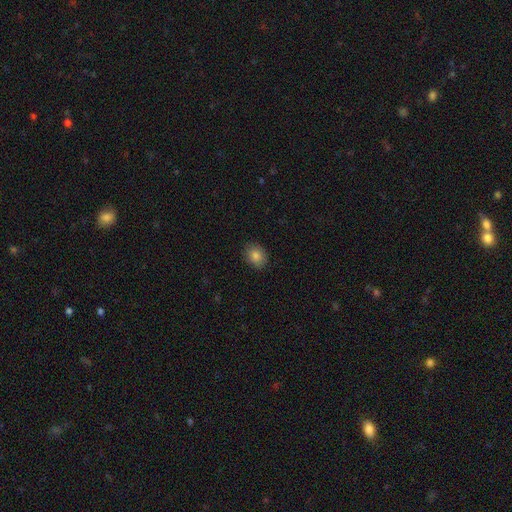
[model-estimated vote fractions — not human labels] Smooth or featured? Predicted: smooth (p=0.84). How rounded? Predicted: in between (p=0.54). Merging? Predicted: none (p=0.87).